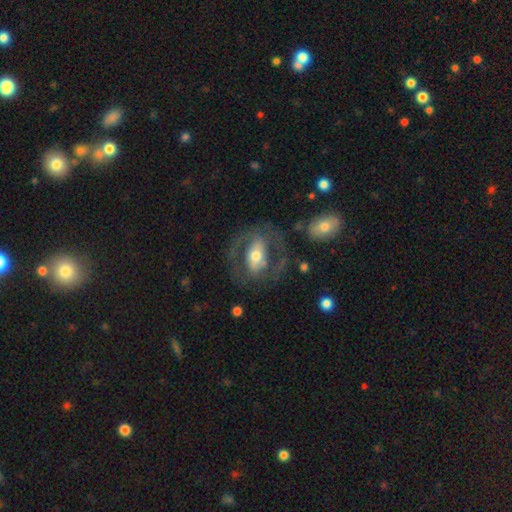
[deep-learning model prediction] The model was most divided on "bar": strong: 42%, weak: 30%, no: 28%. More confident: edge-on disk — no (93%); smooth or featured — featured or disk (71%); bulge size — moderate (65%); merging — none (63%); spiral arms — yes (62%).